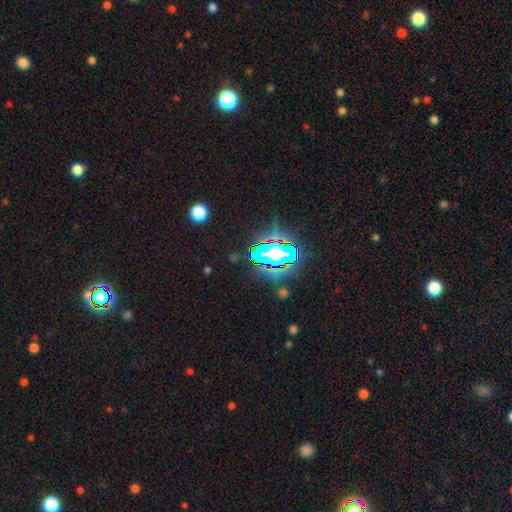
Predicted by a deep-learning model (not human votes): Smooth or featured? Predicted: star or artifact (p=0.82).